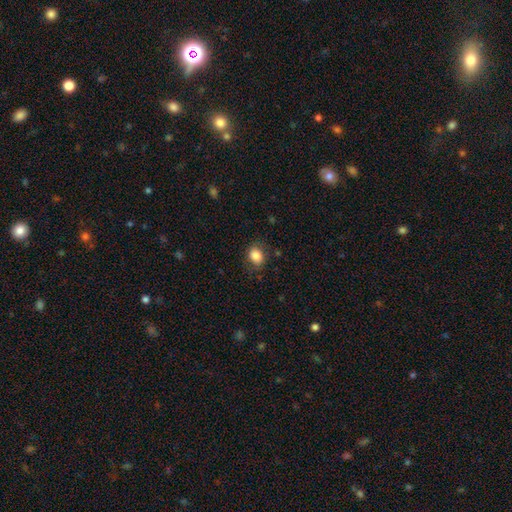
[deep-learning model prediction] Smooth or featured? Predicted: smooth (p=0.84). How rounded? Predicted: in between (p=0.56). Merging? Predicted: none (p=0.76).